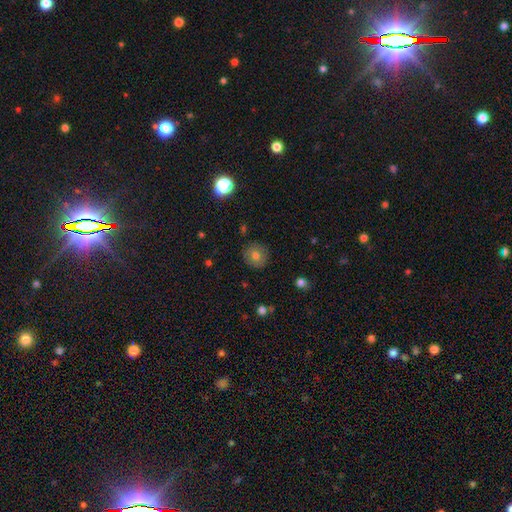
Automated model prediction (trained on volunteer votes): Q: Smooth or featured?
A: smooth (72%); runner-up: featured or disk (18%)
Q: How rounded?
A: round (92%); runner-up: in between (7%)
Q: Merging?
A: none (88%); runner-up: minor disturbance (8%)